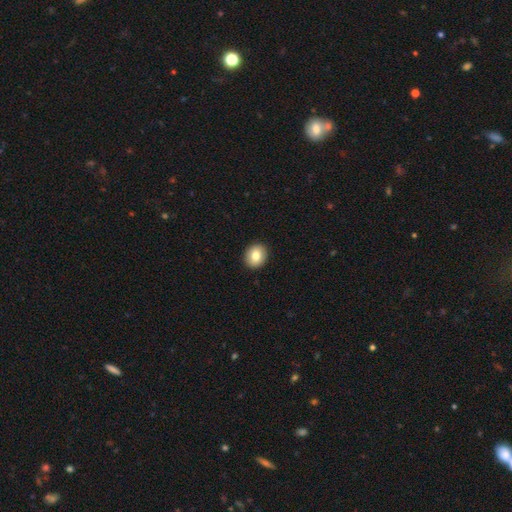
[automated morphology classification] smooth-or-featured: smooth: 81% | featured or disk: 11% | star or artifact: 8%
  how-rounded: round: 66% | in between: 34% | cigar-shaped: 1%
  merging: none: 92% | minor disturbance: 6% | major disturbance: 2% | merger: 1%